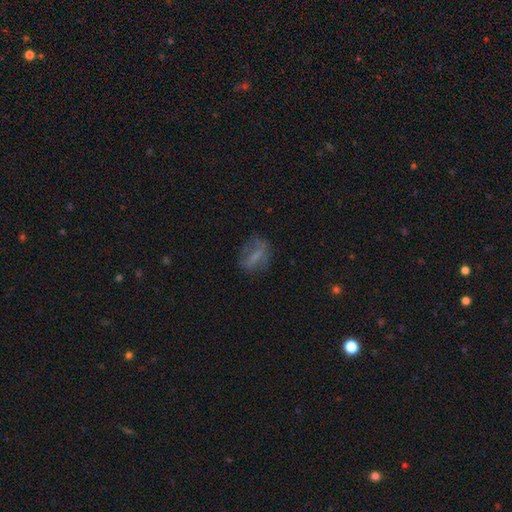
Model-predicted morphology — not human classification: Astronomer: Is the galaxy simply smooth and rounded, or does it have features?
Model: smooth — 50% (runner-up: featured or disk, 36%).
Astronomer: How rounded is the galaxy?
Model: in between — 65%.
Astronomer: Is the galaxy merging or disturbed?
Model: none — 62%.